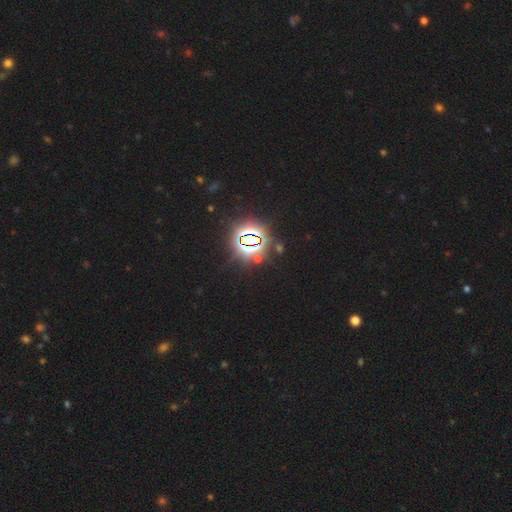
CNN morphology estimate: smooth_or_featured: star or artifact (p=0.81) [alt: smooth p=0.11]